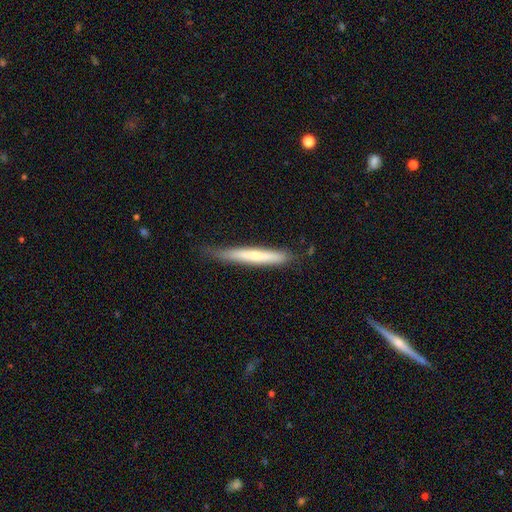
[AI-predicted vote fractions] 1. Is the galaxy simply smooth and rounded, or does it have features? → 56% smooth, 38% featured or disk, 6% star or artifact.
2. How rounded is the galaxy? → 95% cigar-shaped, 3% in between, 1% round.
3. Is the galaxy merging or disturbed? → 74% none, 21% minor disturbance, 3% major disturbance, 1% merger.